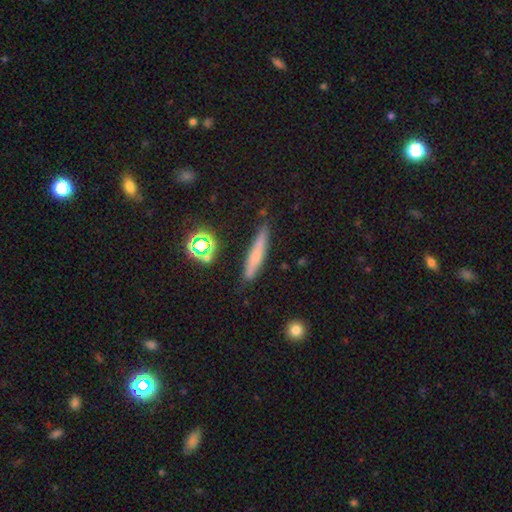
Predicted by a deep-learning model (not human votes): smooth_or_featured: smooth (p=0.61) [alt: featured or disk p=0.26]
how_rounded: cigar-shaped (p=0.89) [alt: in between p=0.07]
merging: none (p=0.80) [alt: minor disturbance p=0.14]